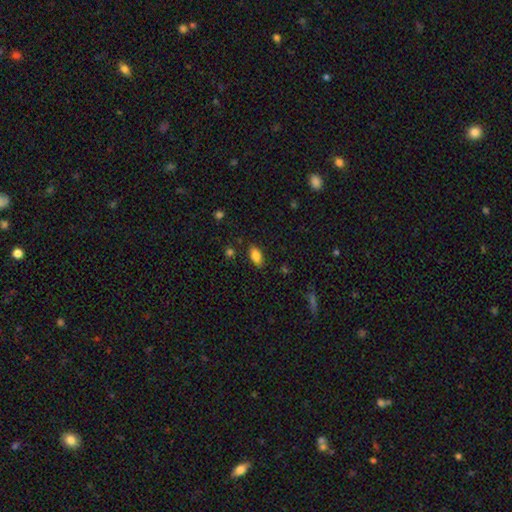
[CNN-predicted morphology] The model was most divided on "merging": none: 84%, minor disturbance: 12%, major disturbance: 3%, merger: 2%. More confident: how rounded — in between (90%); smooth or featured — smooth (84%).